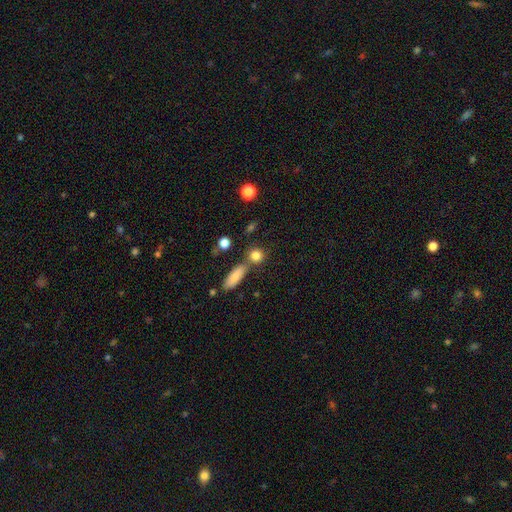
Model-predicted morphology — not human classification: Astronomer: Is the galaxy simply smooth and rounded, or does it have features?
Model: smooth — 83%.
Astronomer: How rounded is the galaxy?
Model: round — 78%.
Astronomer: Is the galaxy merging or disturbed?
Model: none — 68%.